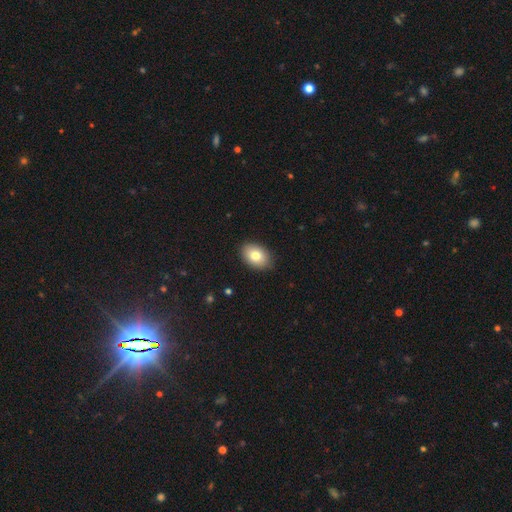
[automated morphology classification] Q: Smooth or featured?
A: smooth (80%); runner-up: featured or disk (12%)
Q: How rounded?
A: in between (83%); runner-up: round (16%)
Q: Merging?
A: none (88%); runner-up: minor disturbance (9%)